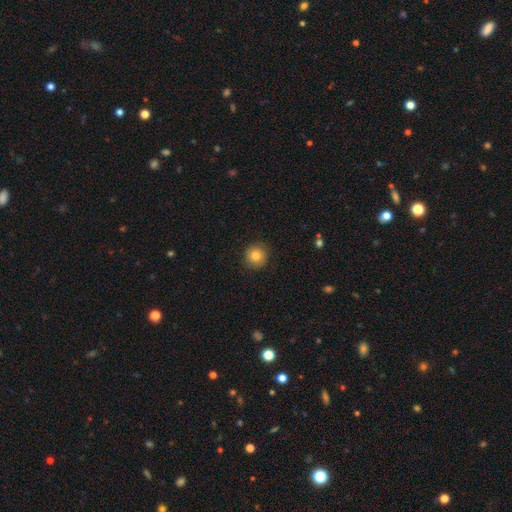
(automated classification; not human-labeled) Morphology: type=smooth (82%); roundness=round (94%); merging=none (90%).